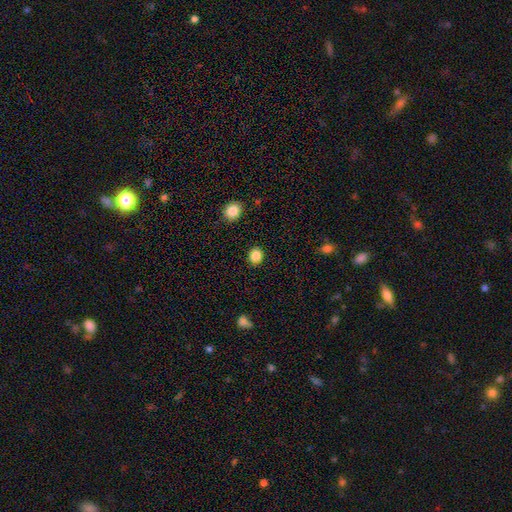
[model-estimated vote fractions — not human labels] This is clearly a smooth galaxy (87%). How rounded: clearly round (80%). Merging: clearly none (90%).